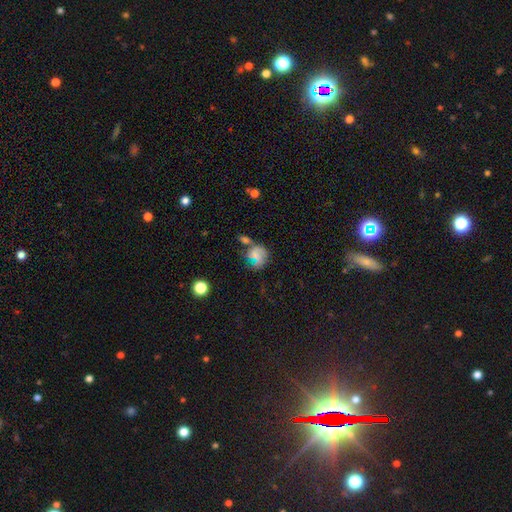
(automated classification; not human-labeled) This is possibly a smooth galaxy (51%). How rounded: likely round (65%). Merging: marginally none (38%).